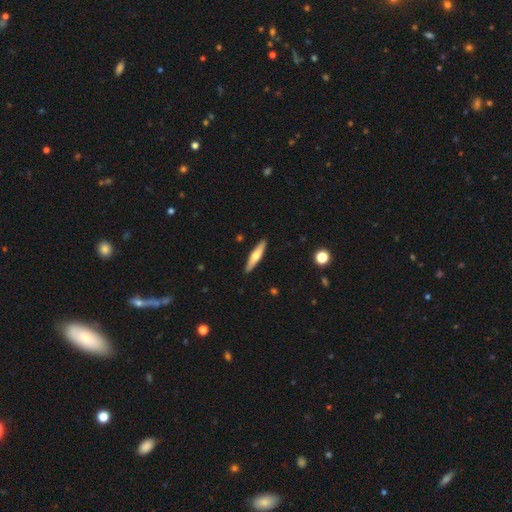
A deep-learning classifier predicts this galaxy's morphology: Smooth or featured: smooth — 49% (featured or disk — 46%)
Merging: none — 91% (minor disturbance — 7%)